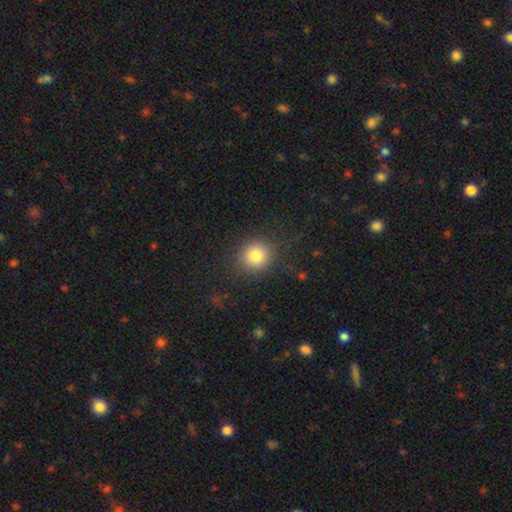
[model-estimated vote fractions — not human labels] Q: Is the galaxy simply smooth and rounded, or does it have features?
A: smooth — 82%.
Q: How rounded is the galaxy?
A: round — 84%.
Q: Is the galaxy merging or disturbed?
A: none — 85%.